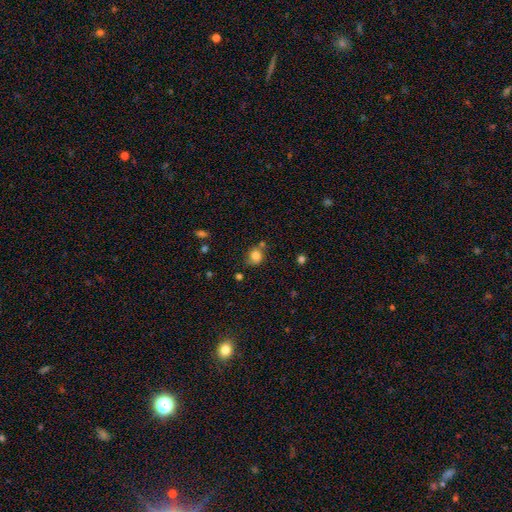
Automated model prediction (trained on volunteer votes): Q: Smooth or featured?
A: smooth (82%); runner-up: star or artifact (11%)
Q: How rounded?
A: round (71%); runner-up: in between (28%)
Q: Merging?
A: none (64%); runner-up: minor disturbance (18%)